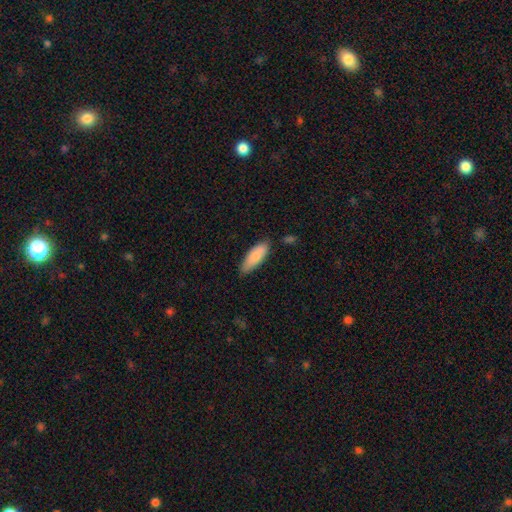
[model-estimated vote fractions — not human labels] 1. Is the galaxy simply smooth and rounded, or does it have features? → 83% smooth, 12% featured or disk, 6% star or artifact.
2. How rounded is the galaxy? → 69% in between, 29% cigar-shaped, 2% round.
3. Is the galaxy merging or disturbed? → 76% none, 19% minor disturbance, 3% major disturbance, 2% merger.